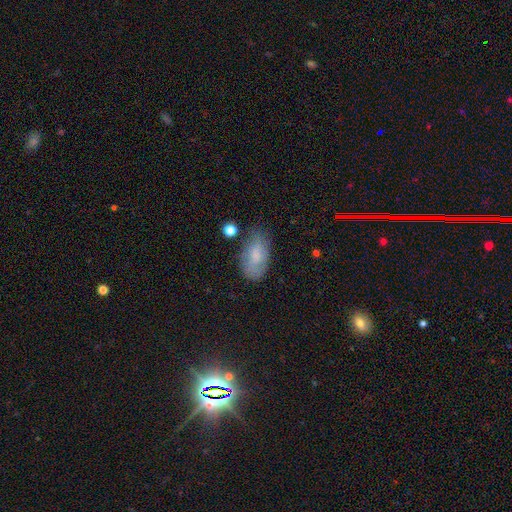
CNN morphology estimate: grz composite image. It shows a smooth galaxy with no disk features (70%) that is in between round and cigar-shaped (92%). Merging: none (64%).